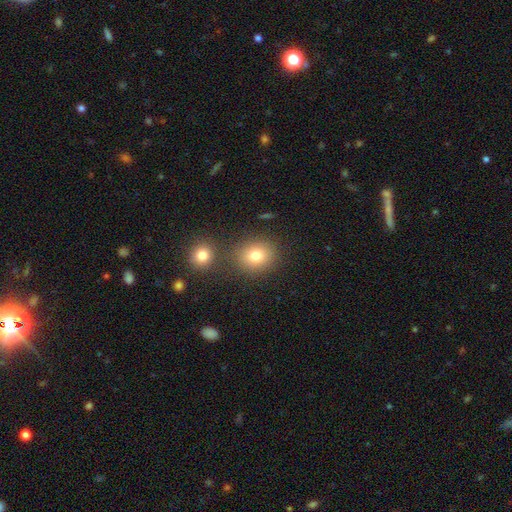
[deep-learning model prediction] A smooth galaxy with no disk features (79%) that is round (65%).

Vote fractions:
- Smooth or featured? smooth: 79% / star or artifact: 12% / featured or disk: 8%
- How rounded? round: 65% / in between: 34% / cigar-shaped: 1%
- Merging? none: 75% / merger: 12% / minor disturbance: 10% / major disturbance: 3%